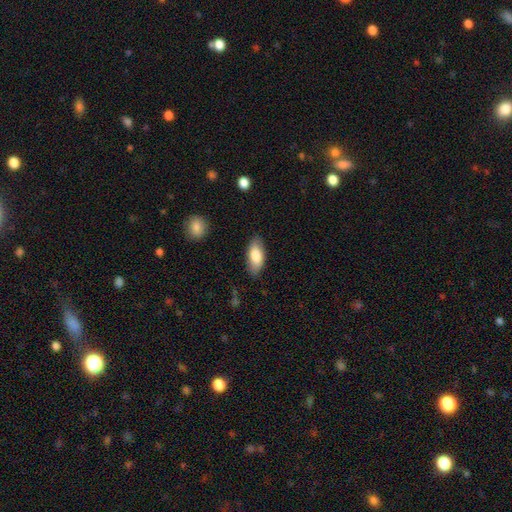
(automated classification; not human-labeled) The model was most divided on "smooth or featured": smooth: 79%, featured or disk: 15%, star or artifact: 6%. More confident: how rounded — in between (87%); merging — none (85%).